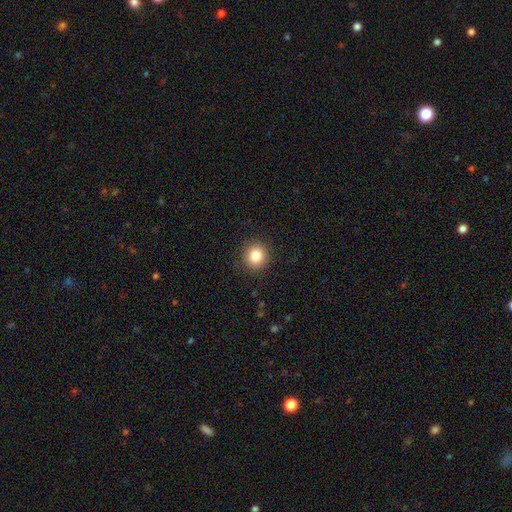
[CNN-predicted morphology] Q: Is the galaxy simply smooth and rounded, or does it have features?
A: smooth — 84%.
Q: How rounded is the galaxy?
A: round — 89%.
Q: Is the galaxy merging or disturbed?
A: none — 90%.